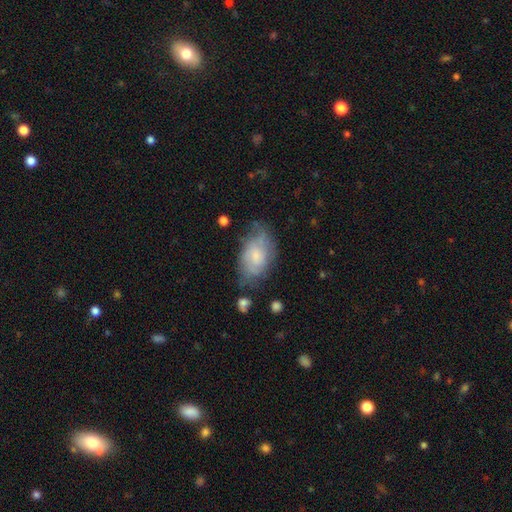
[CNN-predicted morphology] Smooth or featured: smooth — 46% (tied with featured or disk — 46%)
Merging: none — 51% (minor disturbance — 31%)